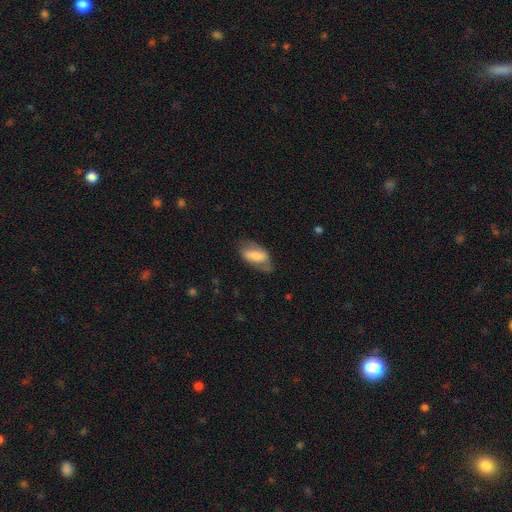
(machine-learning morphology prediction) Overall: smooth (58%; featured or disk 35%). How rounded: in between (89%). Merging: none (56%; minor disturbance 28%).